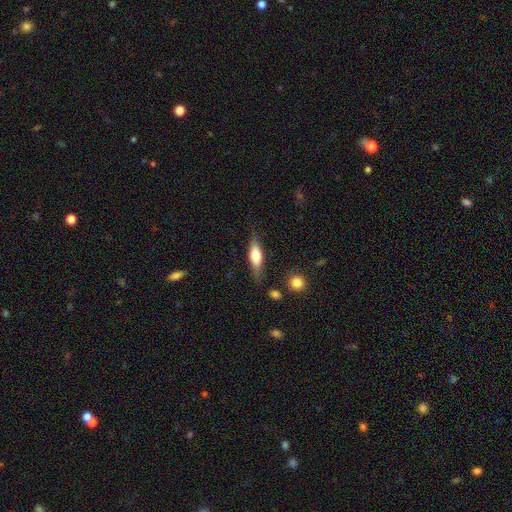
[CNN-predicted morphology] This appears to be a smooth galaxy with no disk features (55%) that is in between round and cigar-shaped (51%). Merging: none (77%).